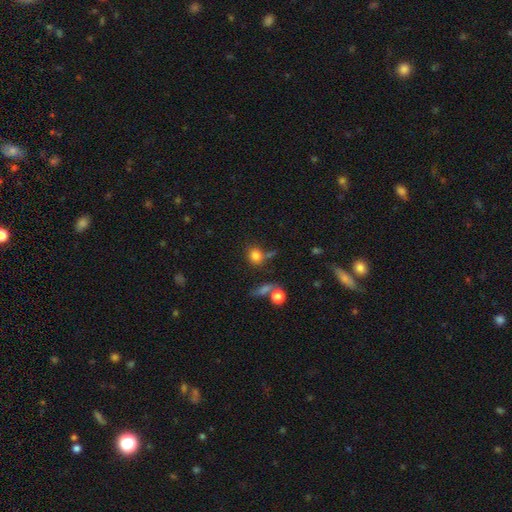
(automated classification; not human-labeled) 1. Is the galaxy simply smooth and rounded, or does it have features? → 81% smooth, 12% star or artifact, 7% featured or disk.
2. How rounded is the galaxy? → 77% round, 22% in between, 2% cigar-shaped.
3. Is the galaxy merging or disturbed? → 65% none, 14% merger, 13% minor disturbance, 7% major disturbance.